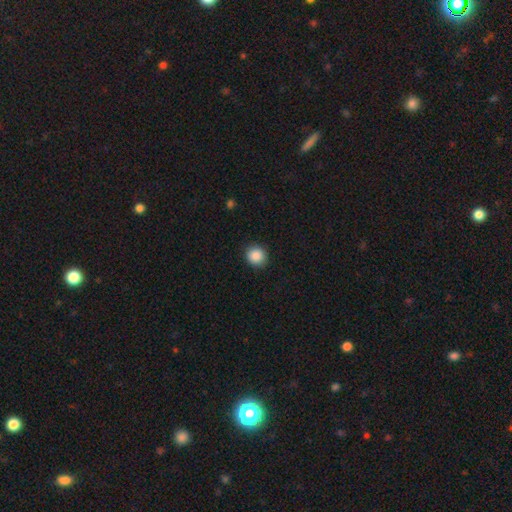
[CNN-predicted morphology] Smooth or featured?
  - smooth: 89% *
  - star or artifact: 9%
  - featured or disk: 3%
How rounded?
  - round: 87% *
  - in between: 12%
  - cigar-shaped: 1%
Merging?
  - none: 90% *
  - minor disturbance: 7%
  - major disturbance: 2%
  - merger: 1%